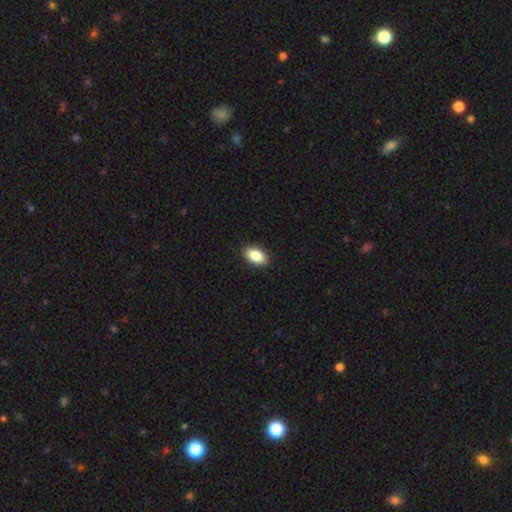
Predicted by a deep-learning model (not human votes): Smooth or featured?
  - smooth: 85% *
  - star or artifact: 7%
  - featured or disk: 7%
How rounded?
  - in between: 92% *
  - round: 6%
  - cigar-shaped: 2%
Merging?
  - none: 90% *
  - minor disturbance: 8%
  - major disturbance: 2%
  - merger: 1%